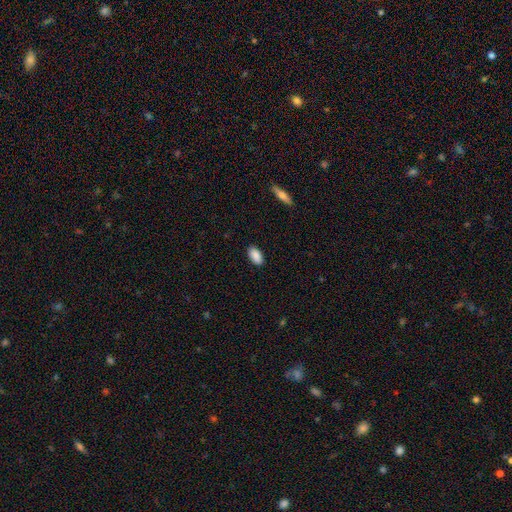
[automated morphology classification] Q: Smooth or featured?
A: smooth (89%); runner-up: star or artifact (7%)
Q: How rounded?
A: in between (94%); runner-up: cigar-shaped (3%)
Q: Merging?
A: none (88%); runner-up: minor disturbance (9%)